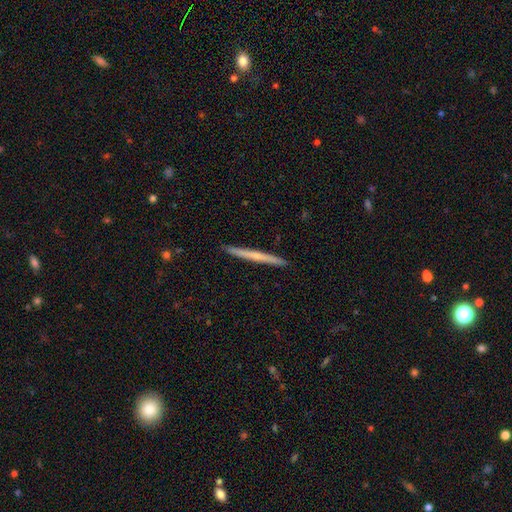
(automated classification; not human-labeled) A featured or disk galaxy (49%).

Vote fractions:
- Smooth or featured? featured or disk: 49% / smooth: 45% / star or artifact: 6%
- Merging? none: 93% / minor disturbance: 5% / major disturbance: 1% / merger: 1%